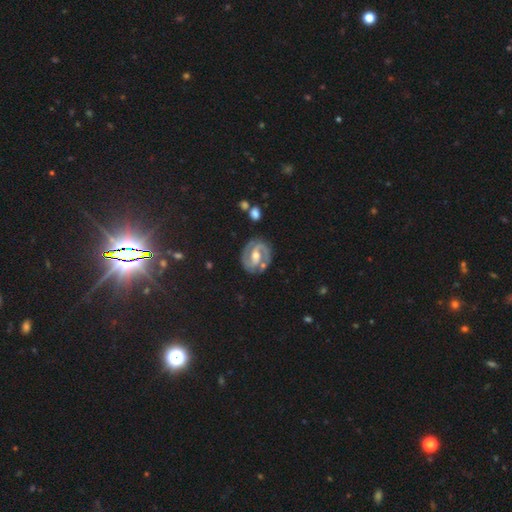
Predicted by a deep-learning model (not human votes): A featured or disk galaxy (88%) with a strong bar (42%), 2 (91%) tight (47%) spiral arms (96%) and a moderate central bulge (70%). Merging: none (78%).